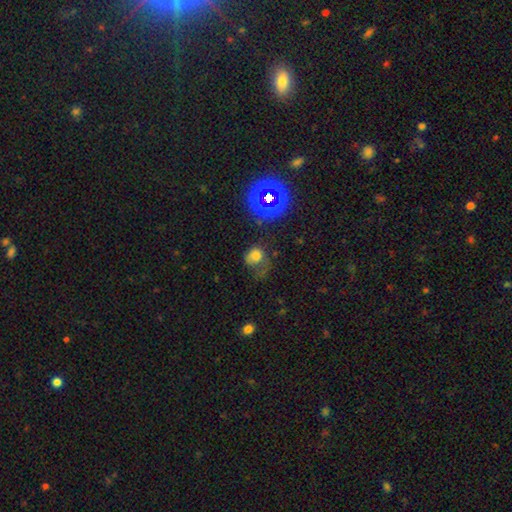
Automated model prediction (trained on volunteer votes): smooth 65%, star or artifact 21%, featured or disk 15%. Down the decision tree: how rounded — round (61%); merging — major disturbance (36%).